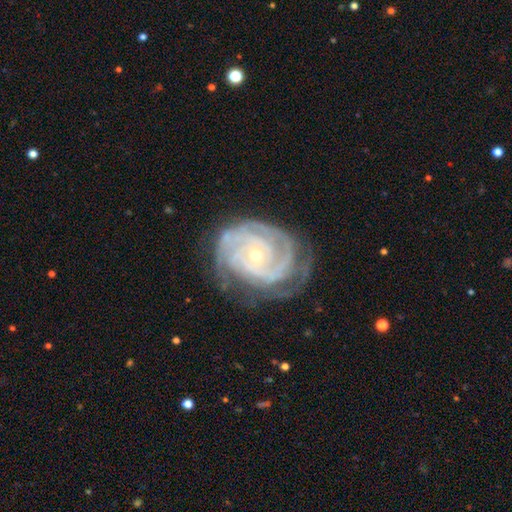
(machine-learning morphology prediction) Smooth or featured?
  - featured or disk: 90% *
  - star or artifact: 5%
  - smooth: 5%
Edge-on disk?
  - no: 97% *
  - yes: 3%
Bar?
  - no: 70% *
  - weak: 22%
  - strong: 8%
Spiral arms?
  - yes: 98% *
  - no: 2%
Spiral winding?
  - tight: 78% *
  - medium: 19%
  - loose: 3%
Spiral arm count?
  - 3: 26% *
  - can't tell: 23%
  - 2: 20%
  - 4: 17%
  - more than 4: 8%
  - 1: 6%
Bulge size?
  - small: 66% *
  - moderate: 32%
  - large: 1%
  - none: 1%
  - dominant: 1%
Merging?
  - none: 67% *
  - minor disturbance: 22%
  - major disturbance: 10%
  - merger: 1%